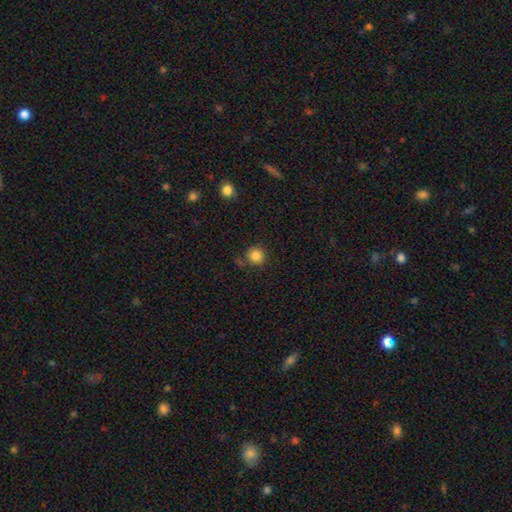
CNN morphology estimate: Smooth or featured? smooth (85%)
How rounded? round (93%)
Merging? none (80%)